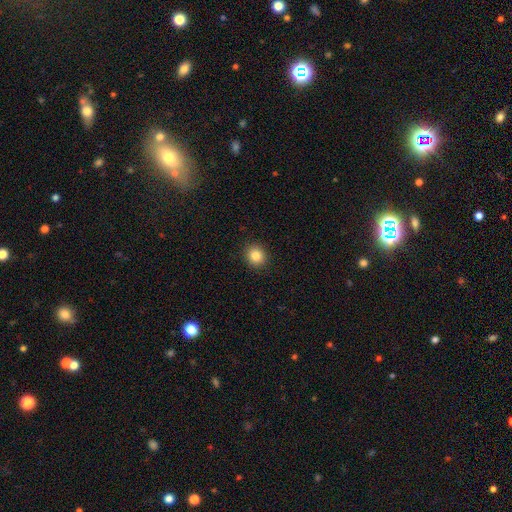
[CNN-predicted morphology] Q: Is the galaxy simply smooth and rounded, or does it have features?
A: smooth — 85%.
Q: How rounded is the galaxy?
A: round — 83%.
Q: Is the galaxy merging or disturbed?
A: none — 92%.